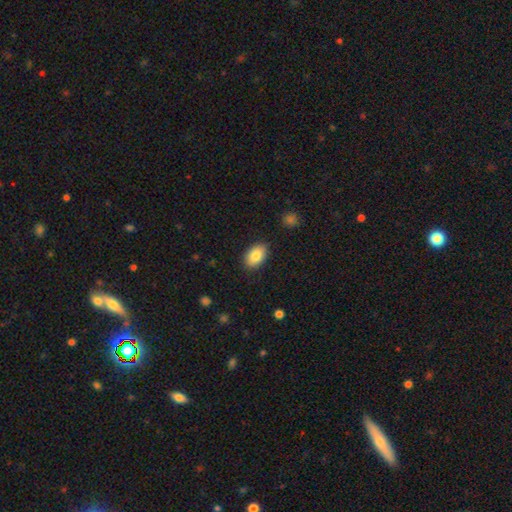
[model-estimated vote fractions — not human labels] smooth-or-featured: smooth: 84% | featured or disk: 9% | star or artifact: 7%
  how-rounded: in between: 90% | round: 9% | cigar-shaped: 1%
  merging: none: 86% | minor disturbance: 10% | major disturbance: 2% | merger: 1%